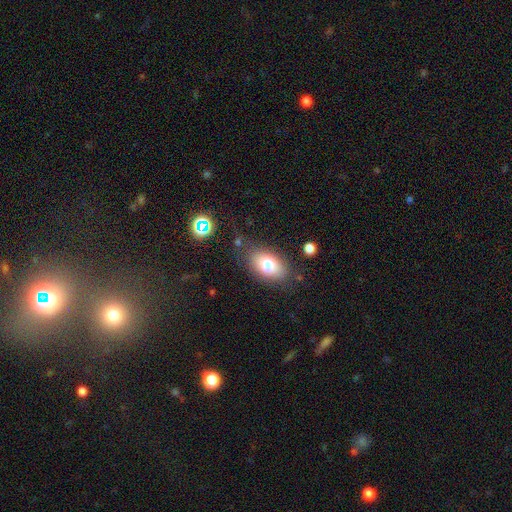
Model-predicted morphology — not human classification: Smooth or featured: smooth — 73% (featured or disk — 15%)
How rounded: in between — 88% (round — 10%)
Merging: none — 81% (minor disturbance — 12%)